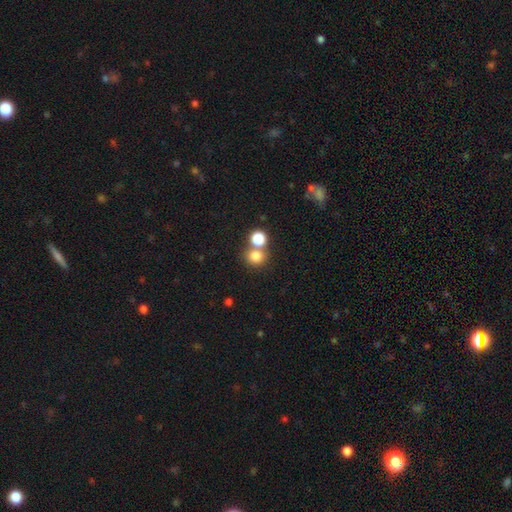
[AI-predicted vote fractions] smooth-or-featured: smooth: 79% | star or artifact: 14% | featured or disk: 7%
  how-rounded: round: 83% | in between: 16% | cigar-shaped: 1%
  merging: none: 56% | merger: 34% | minor disturbance: 7% | major disturbance: 3%